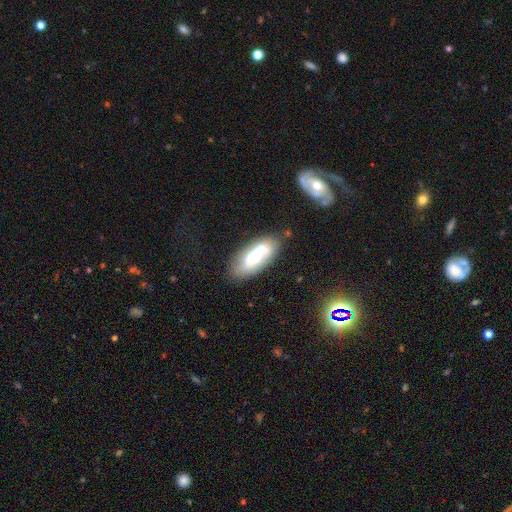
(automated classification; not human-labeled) A featured or disk galaxy (54%).

Vote fractions:
- Smooth or featured? featured or disk: 54% / smooth: 38% / star or artifact: 7%
- Edge-on disk? no: 89% / yes: 11%
- Merging? none: 66% / minor disturbance: 21% / major disturbance: 9% / merger: 4%